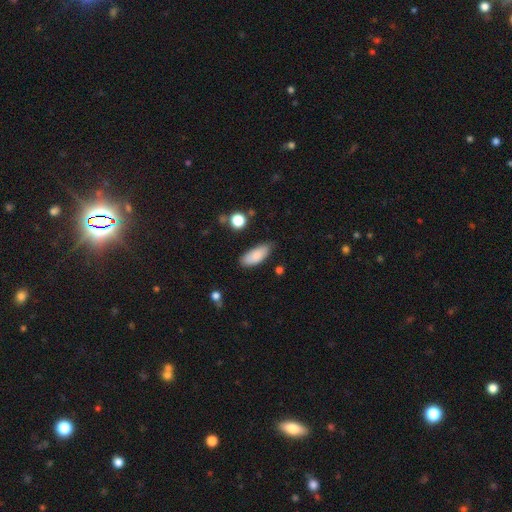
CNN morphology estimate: This is clearly a smooth galaxy (86%). How rounded: likely in between (80%). Merging: likely none (74%).